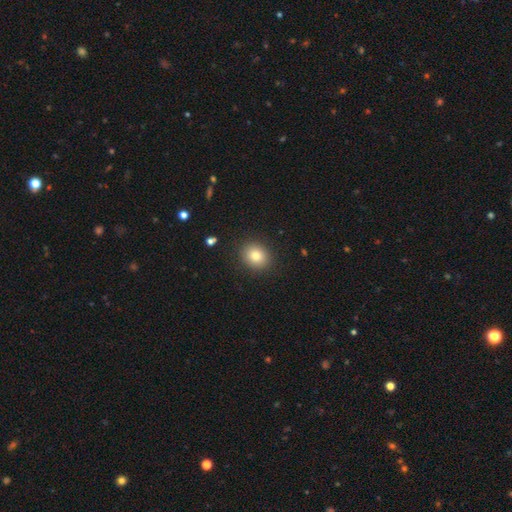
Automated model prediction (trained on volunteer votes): smooth 82%, star or artifact 10%, featured or disk 8%. Down the decision tree: how rounded — round (66%); merging — none (89%).